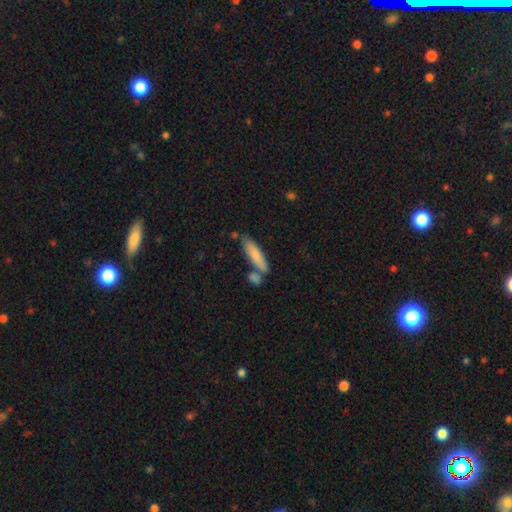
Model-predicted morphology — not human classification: smooth-or-featured: smooth: 76% | featured or disk: 18% | star or artifact: 6%
  how-rounded: cigar-shaped: 72% | in between: 26% | round: 2%
  merging: none: 66% | merger: 17% | minor disturbance: 14% | major disturbance: 3%